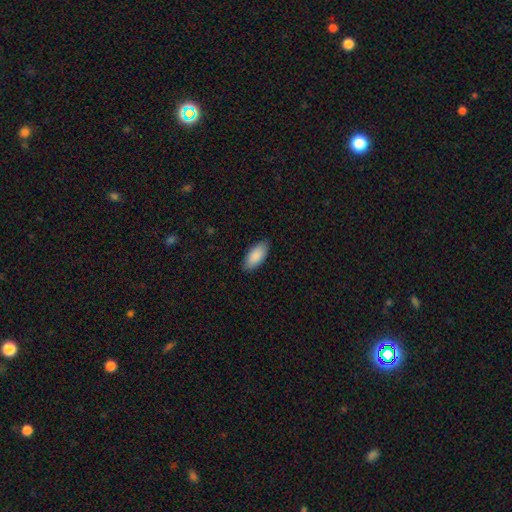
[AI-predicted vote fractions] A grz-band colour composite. It shows a smooth galaxy with no disk features (90%) that is in between round and cigar-shaped (90%). Merging: none (87%).